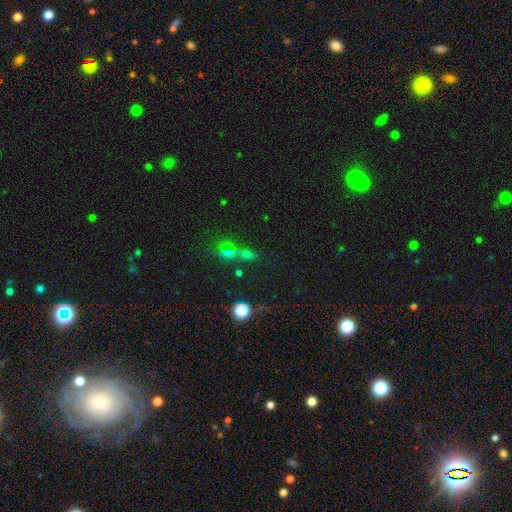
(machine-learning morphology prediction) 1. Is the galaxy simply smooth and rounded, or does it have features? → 46% smooth, 41% star or artifact, 13% featured or disk.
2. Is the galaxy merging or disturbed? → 49% none, 36% merger, 9% minor disturbance, 6% major disturbance.